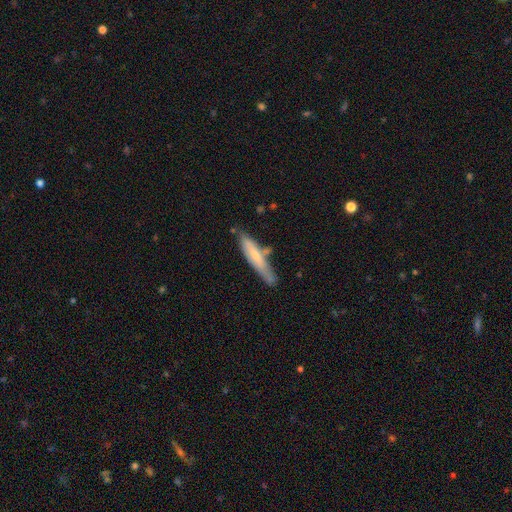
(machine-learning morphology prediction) Smooth or featured? Predicted: smooth (p=0.59). How rounded? Predicted: cigar-shaped (p=0.85). Merging? Predicted: none (p=0.64).